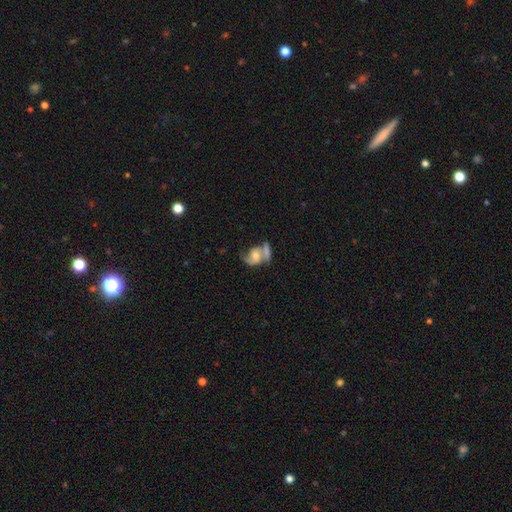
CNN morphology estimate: featured or disk 66%, smooth 26%, star or artifact 8%. Down the decision tree: edge-on disk — no (96%); bar — no (59%); spiral arms — yes (86%); spiral arm count — 2 (73%); spiral winding — medium (44%); bulge size — moderate (50%); merging — merger (37%).